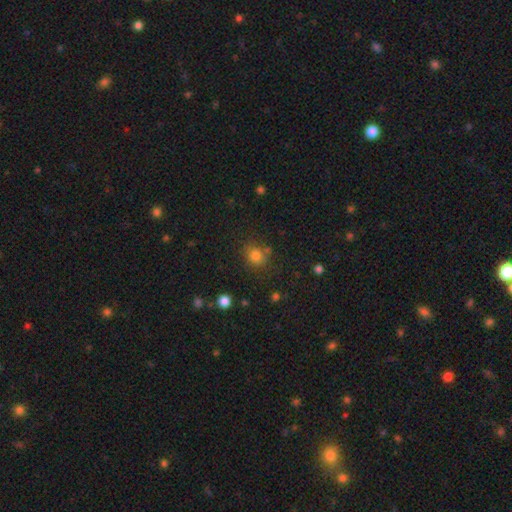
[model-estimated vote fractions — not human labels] Smooth or featured? smooth (79%)
How rounded? round (79%)
Merging? none (73%)